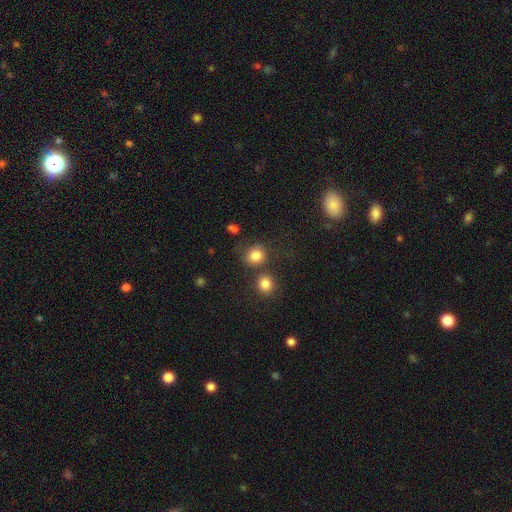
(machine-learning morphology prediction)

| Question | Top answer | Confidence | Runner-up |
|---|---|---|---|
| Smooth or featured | smooth | 82% | star or artifact (12%) |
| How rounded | round | 77% | in between (22%) |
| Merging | none | 64% | merger (17%) |